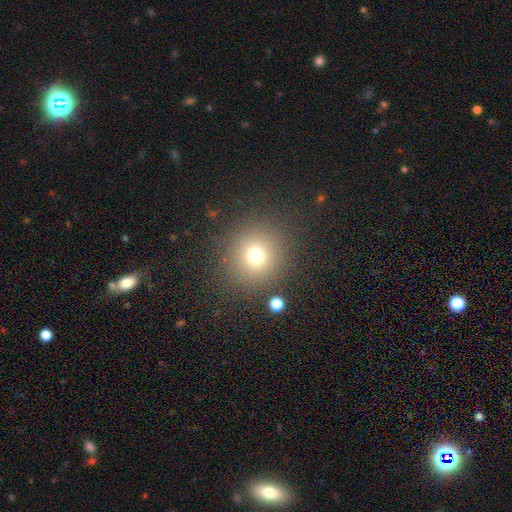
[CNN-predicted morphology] Overall: smooth (72%). How rounded: round (93%). Merging: none (86%).